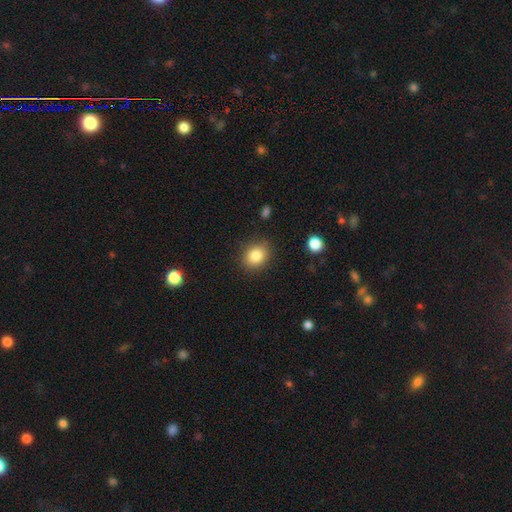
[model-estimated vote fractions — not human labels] smooth 84%, star or artifact 10%, featured or disk 6%. Down the decision tree: how rounded — round (60%); merging — none (86%).